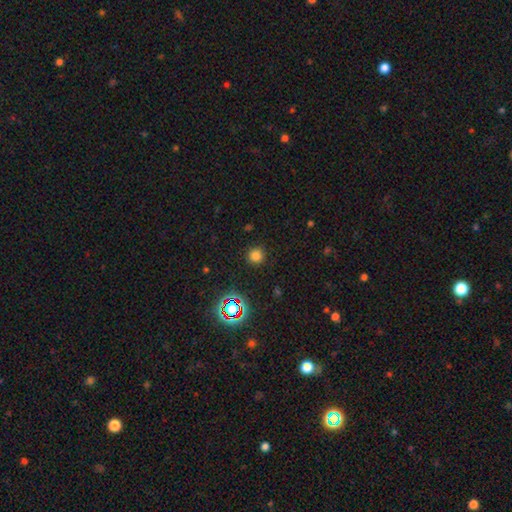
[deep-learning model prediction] smooth_or_featured: smooth (p=0.75) [alt: star or artifact p=0.20]
how_rounded: round (p=0.93) [alt: in between p=0.06]
merging: none (p=0.89) [alt: minor disturbance p=0.07]